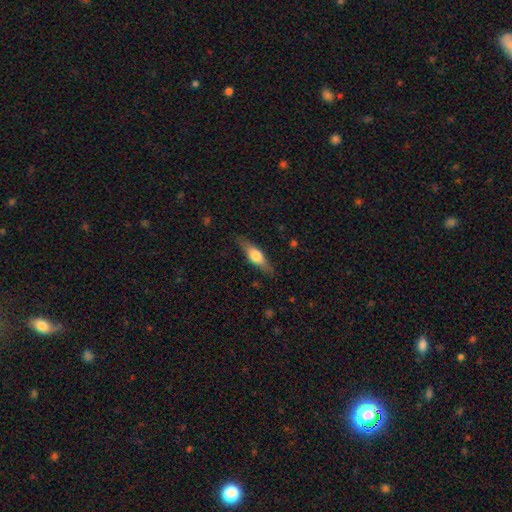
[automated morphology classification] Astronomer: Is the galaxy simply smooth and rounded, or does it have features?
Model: smooth — 51% (runner-up: featured or disk, 43%).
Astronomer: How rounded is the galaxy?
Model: cigar-shaped — 54% (runner-up: in between, 43%).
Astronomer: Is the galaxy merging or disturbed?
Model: none — 83%.